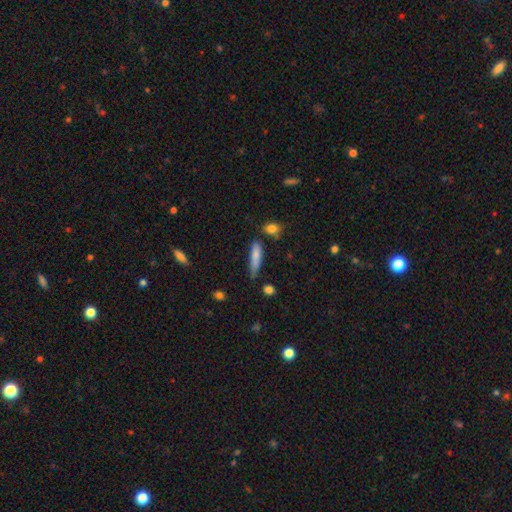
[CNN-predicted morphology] smooth 78%, featured or disk 15%, star or artifact 7%. Down the decision tree: how rounded — cigar-shaped (74%); merging — none (52%).